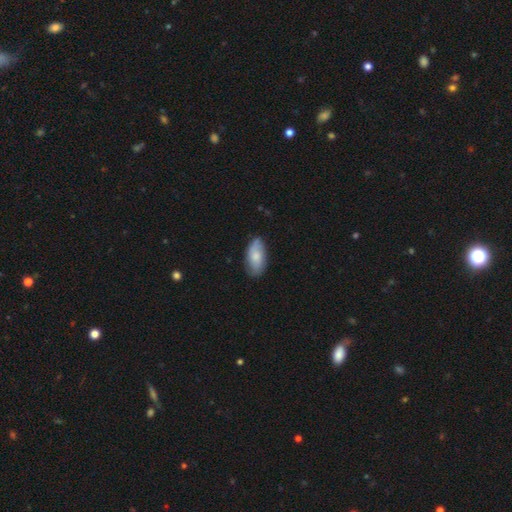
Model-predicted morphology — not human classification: Q: Smooth or featured?
A: smooth (73%); runner-up: featured or disk (21%)
Q: How rounded?
A: in between (93%); runner-up: cigar-shaped (5%)
Q: Merging?
A: none (78%); runner-up: minor disturbance (18%)